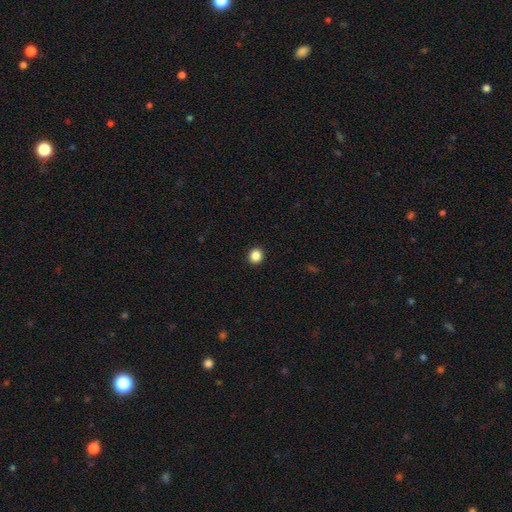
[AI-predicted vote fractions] Smooth or featured? smooth (87%)
How rounded? round (88%)
Merging? none (93%)